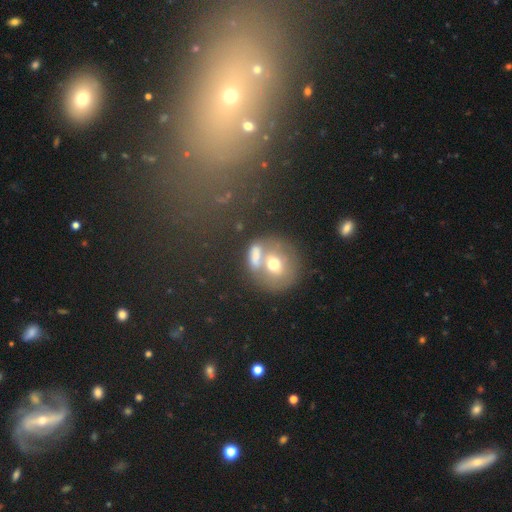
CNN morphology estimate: This appears to be a smooth galaxy with no disk features (61%) that is round (60%). Merging: merger (46%).